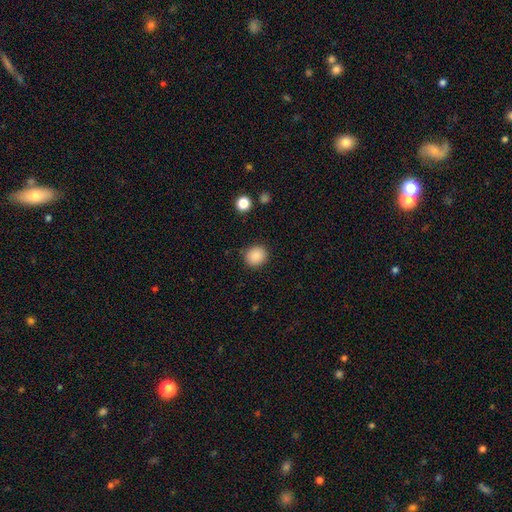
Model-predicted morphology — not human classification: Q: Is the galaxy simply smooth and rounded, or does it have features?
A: smooth — 88%.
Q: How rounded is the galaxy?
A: round — 80%.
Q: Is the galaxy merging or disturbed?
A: none — 88%.